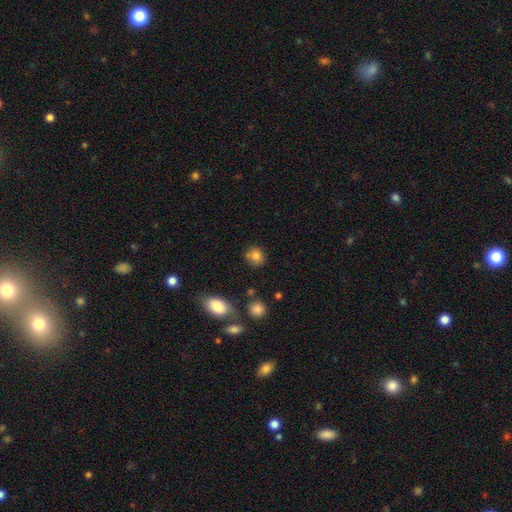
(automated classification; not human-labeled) Smooth or featured: smooth — 80% (star or artifact — 11%)
How rounded: round — 76% (in between — 23%)
Merging: none — 69% (minor disturbance — 16%)